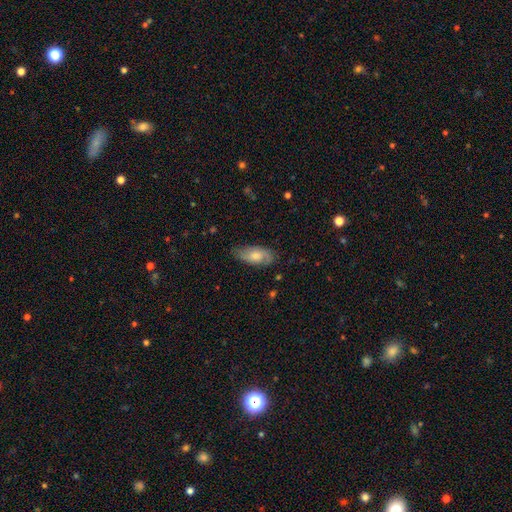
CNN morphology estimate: type=smooth (53%); roundness=in between (89%); merging=none (70%).